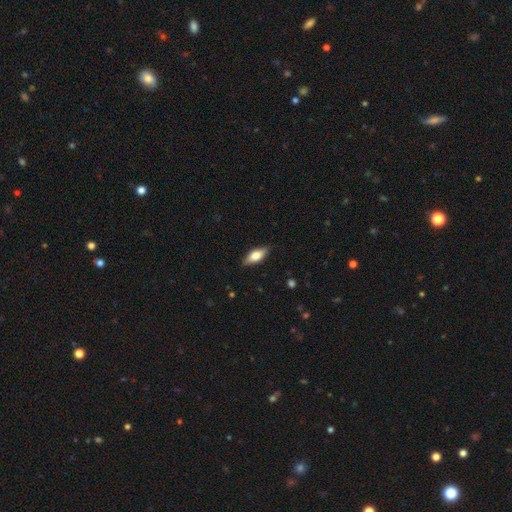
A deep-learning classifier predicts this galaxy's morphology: Smooth or featured? Predicted: smooth (p=0.65). How rounded? Predicted: in between (p=0.73). Merging? Predicted: none (p=0.87).